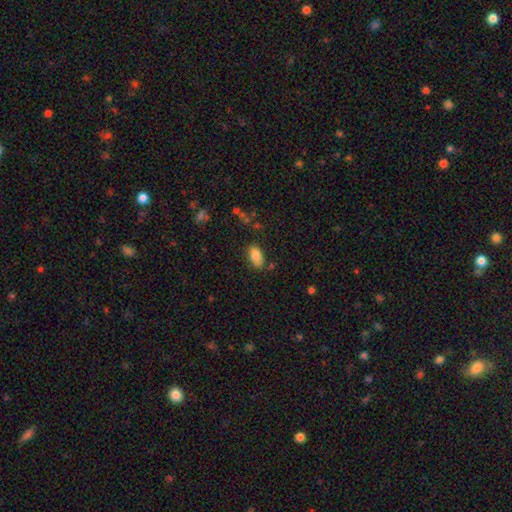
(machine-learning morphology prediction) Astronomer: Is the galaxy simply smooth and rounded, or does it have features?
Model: smooth — 84%.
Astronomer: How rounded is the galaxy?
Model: in between — 93%.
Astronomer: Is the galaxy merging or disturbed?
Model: none — 77%.